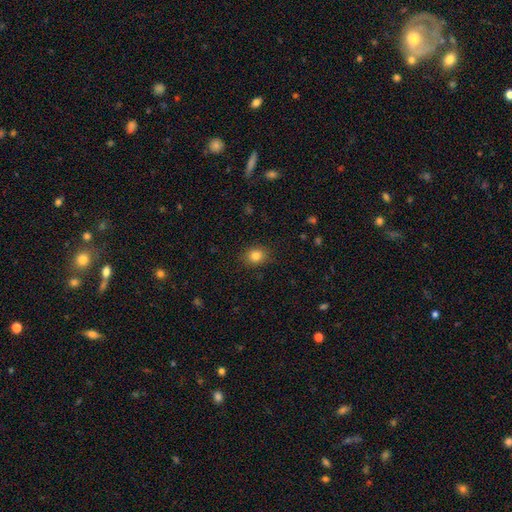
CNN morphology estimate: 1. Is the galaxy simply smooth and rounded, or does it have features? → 83% smooth, 12% star or artifact, 6% featured or disk.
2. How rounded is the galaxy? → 66% round, 33% in between, 1% cigar-shaped.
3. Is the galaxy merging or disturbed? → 88% none, 8% minor disturbance, 2% major disturbance, 1% merger.